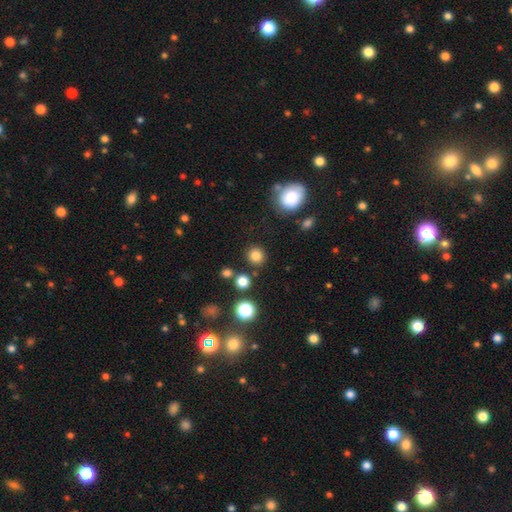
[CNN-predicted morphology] The model was most divided on "smooth or featured": smooth: 82%, star or artifact: 13%, featured or disk: 5%. More confident: how rounded — round (91%); merging — none (86%).